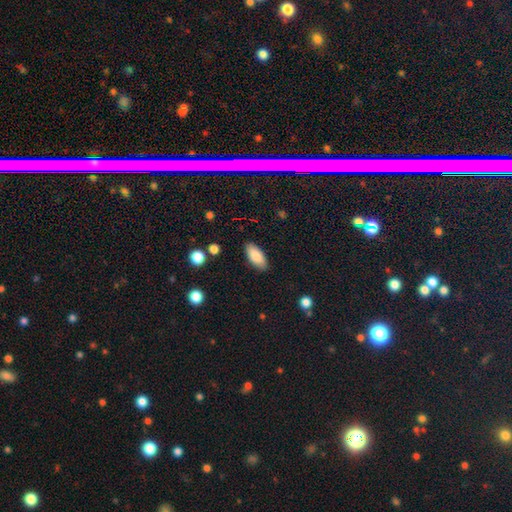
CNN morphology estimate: Smooth or featured: smooth — 86% (featured or disk — 7%)
How rounded: in between — 87% (cigar-shaped — 11%)
Merging: none — 87% (minor disturbance — 9%)